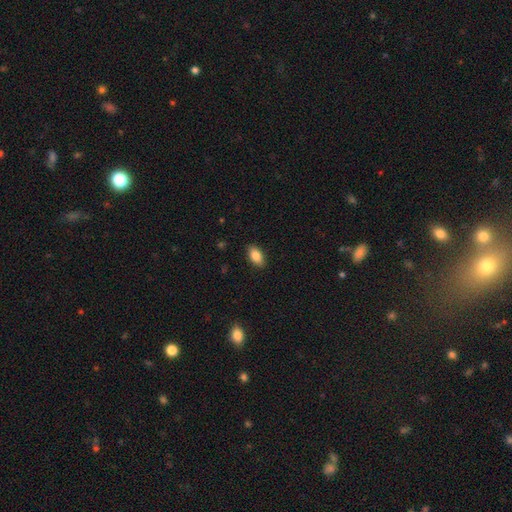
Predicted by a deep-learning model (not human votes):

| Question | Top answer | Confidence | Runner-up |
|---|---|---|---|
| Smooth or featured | smooth | 85% | star or artifact (8%) |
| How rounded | in between | 91% | round (6%) |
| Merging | none | 89% | minor disturbance (8%) |